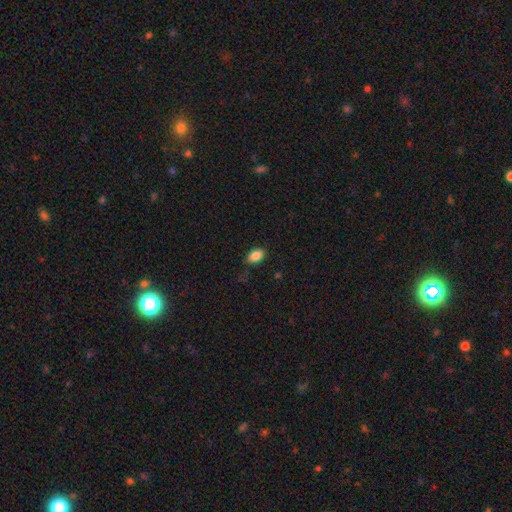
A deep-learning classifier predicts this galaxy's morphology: A smooth galaxy with no disk features (87%) that is in between round and cigar-shaped (87%). Merging: none (79%).